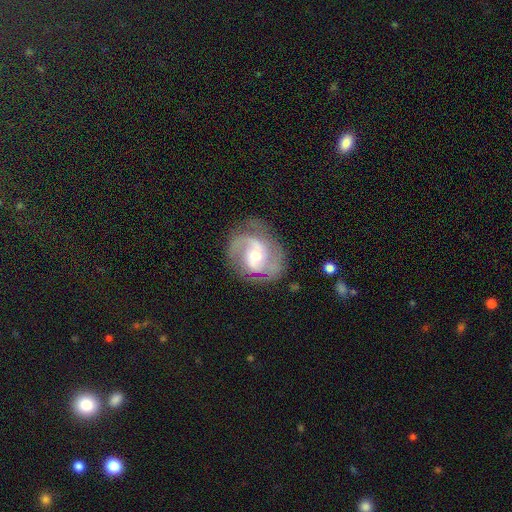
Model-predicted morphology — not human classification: Overall: featured or disk (86%). Edge-on disk: no (97%). Bar: weak (42%; no 40%). Spiral arms: yes (95%). Spiral arm count: 2 (72%). Spiral winding: medium (50%; tight 31%). Bulge size: moderate (58%; small 36%). Merging: none (74%).